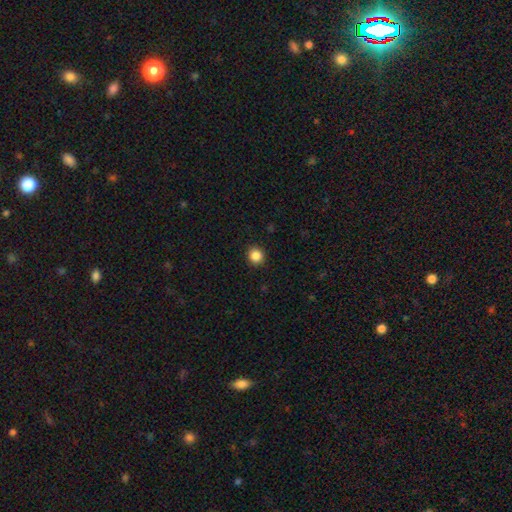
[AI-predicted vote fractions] Smooth or featured: smooth — 86% (star or artifact — 11%)
How rounded: round — 93% (in between — 6%)
Merging: none — 93% (minor disturbance — 5%)